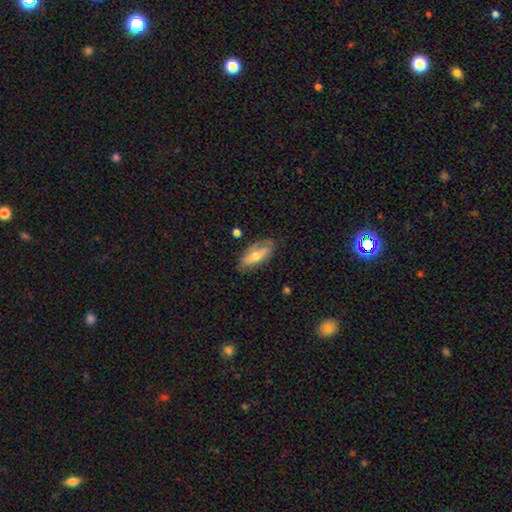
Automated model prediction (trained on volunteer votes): This appears to be a smooth galaxy with no disk features (58%) that is in between round and cigar-shaped (76%). Merging: none (73%).